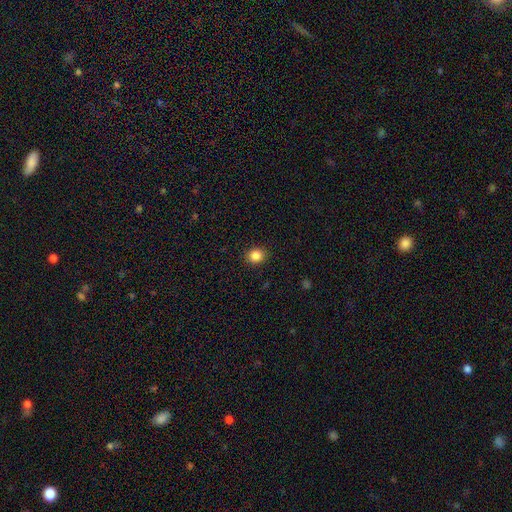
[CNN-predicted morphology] smooth 85%, star or artifact 11%, featured or disk 4%. Down the decision tree: how rounded — round (77%); merging — none (90%).